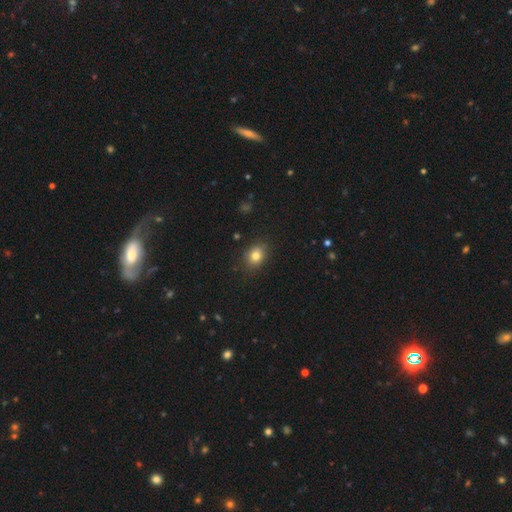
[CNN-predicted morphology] This is clearly a smooth galaxy (81%). How rounded: possibly in between (50%). Merging: clearly none (85%).